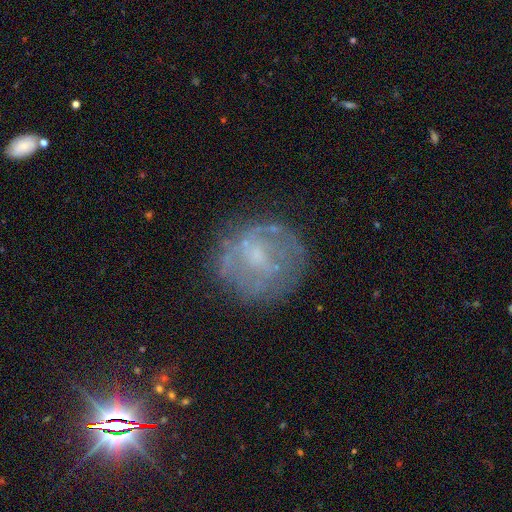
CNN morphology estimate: This is possibly a featured or disk galaxy (59%). It is clearly not viewed edge-on (97%). Bar: likely no (61%). Spiral arm pattern: possibly no (58%). Central bulge: possibly small (46%). Merging: likely none (71%).